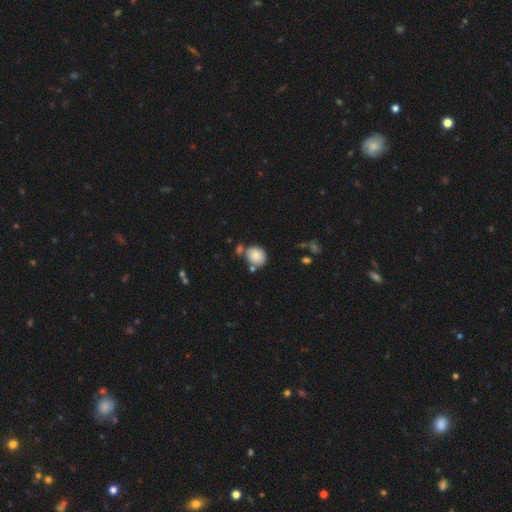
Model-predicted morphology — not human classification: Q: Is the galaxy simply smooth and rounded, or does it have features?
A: smooth — 81%.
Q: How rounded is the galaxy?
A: round — 67%.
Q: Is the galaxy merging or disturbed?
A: none — 62%.